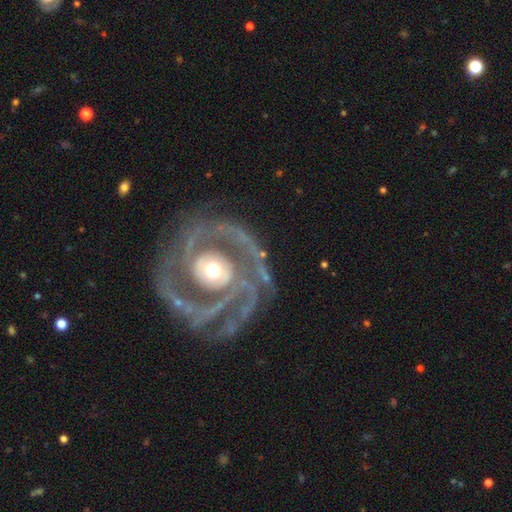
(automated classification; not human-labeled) The model was most divided on "spiral arm count": 2: 39%, 3: 28%, can't tell: 11%, 4: 9%, 1: 6%, more than 4: 6%. More confident: spiral arms — yes (98%); edge-on disk — no (97%); smooth or featured — featured or disk (92%); merging — none (73%); spiral winding — tight (67%); bulge size — moderate (64%); bar — no (61%).